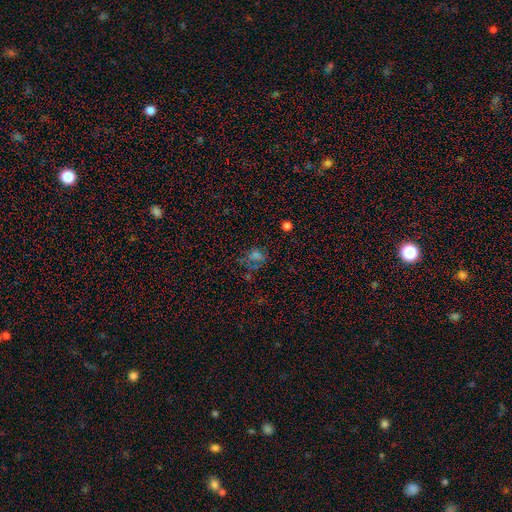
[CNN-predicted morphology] A smooth galaxy with no disk features (43%, tied with star or artifact). Merging: none (53%).